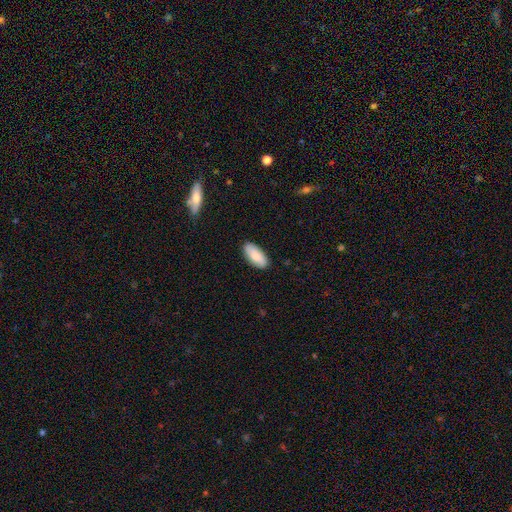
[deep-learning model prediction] A smooth galaxy with no disk features (83%) that is in between round and cigar-shaped (89%).

Vote fractions:
- Smooth or featured? smooth: 83% / featured or disk: 11% / star or artifact: 6%
- How rounded? in between: 89% / cigar-shaped: 9% / round: 2%
- Merging? none: 87% / minor disturbance: 10% / major disturbance: 2% / merger: 1%